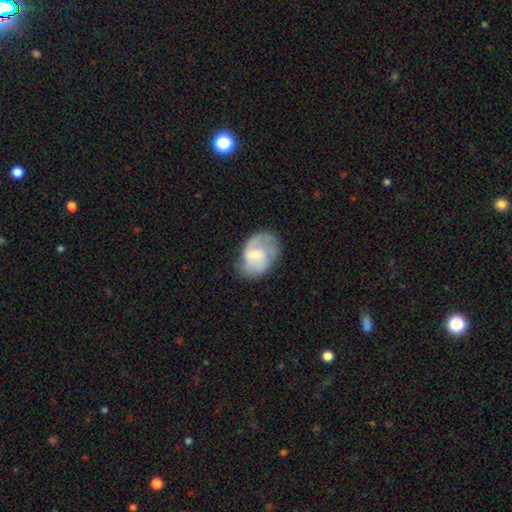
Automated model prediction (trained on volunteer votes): Morphology: type=featured or disk (58%); edge-on=no (97%); bar=weak (48%); spiral arms=yes (77%); bulge=small (41%); merging=none (52%).